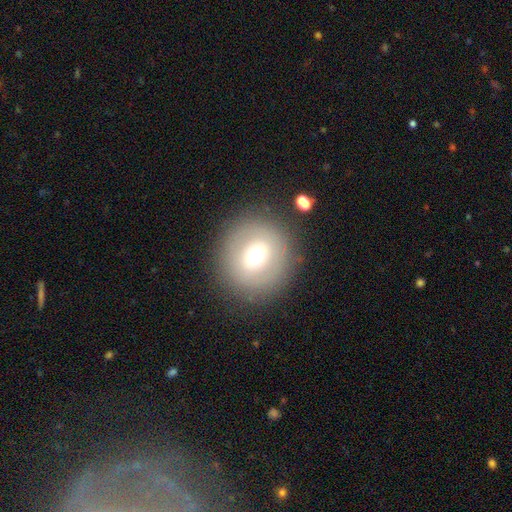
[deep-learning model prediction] Smooth or featured? smooth (63%)
How rounded? round (92%)
Merging? none (84%)